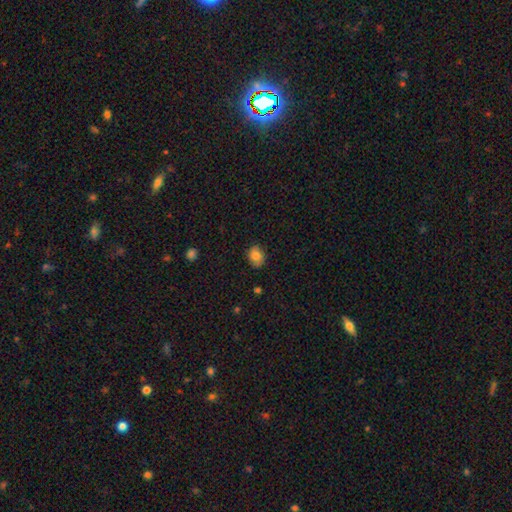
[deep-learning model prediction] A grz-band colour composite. It shows a smooth galaxy with no disk features (82%) that is in between round and cigar-shaped (58%). Merging: none (81%).